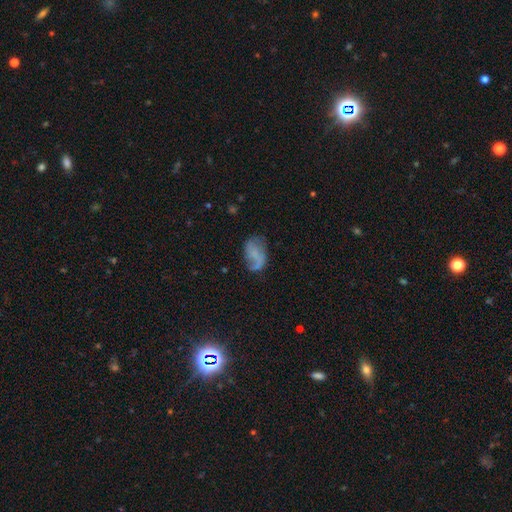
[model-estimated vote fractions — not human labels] Smooth or featured? Predicted: featured or disk (p=0.48). Merging? Predicted: none (p=0.47).